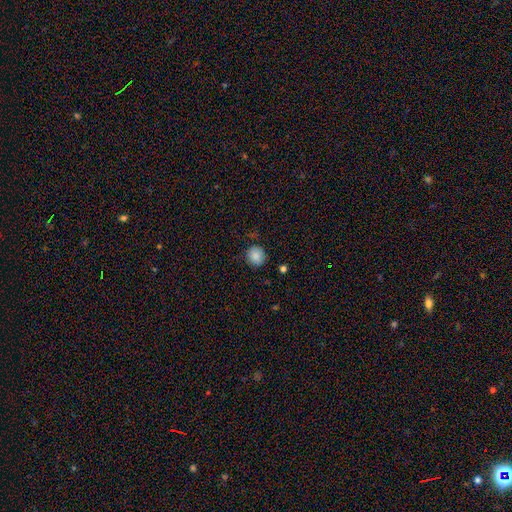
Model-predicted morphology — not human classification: smooth 86%, star or artifact 9%, featured or disk 5%. Down the decision tree: how rounded — round (86%); merging — none (82%).